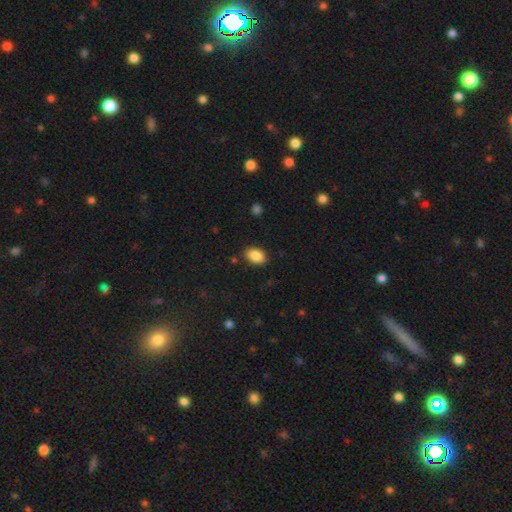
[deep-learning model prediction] Smooth or featured? smooth (88%)
How rounded? in between (90%)
Merging? none (85%)